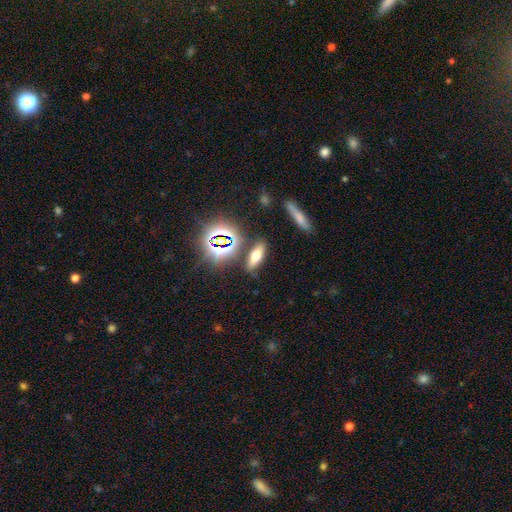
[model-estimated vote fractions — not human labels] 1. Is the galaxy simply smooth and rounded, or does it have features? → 55% smooth, 24% star or artifact, 22% featured or disk.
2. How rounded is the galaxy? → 53% in between, 38% cigar-shaped, 9% round.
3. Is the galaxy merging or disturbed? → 83% none, 9% minor disturbance, 5% merger, 3% major disturbance.